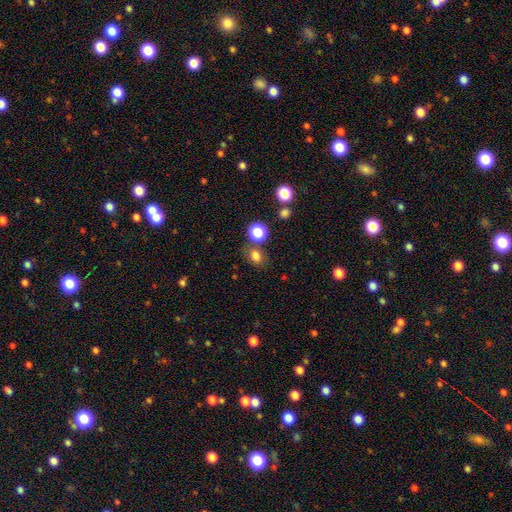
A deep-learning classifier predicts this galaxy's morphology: Smooth or featured? Predicted: smooth (p=0.77). How rounded? Predicted: round (p=0.54). Merging? Predicted: none (p=0.72).